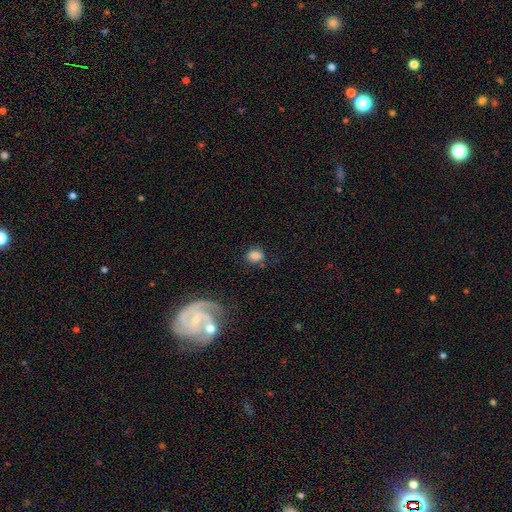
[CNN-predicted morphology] This is likely a smooth galaxy (78%). How rounded: possibly in between (53%). Merging: likely none (70%).